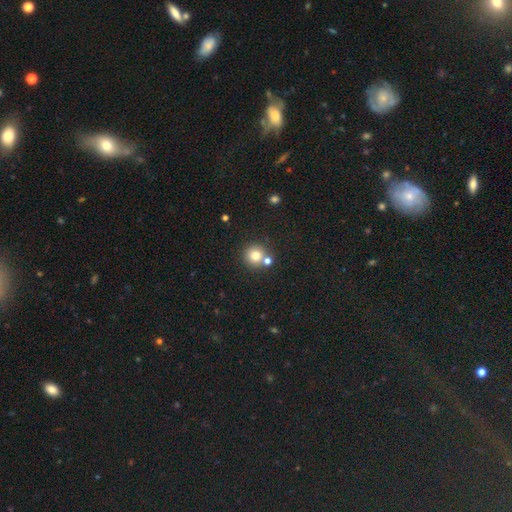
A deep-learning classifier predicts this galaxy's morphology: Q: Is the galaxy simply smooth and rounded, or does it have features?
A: smooth — 77%.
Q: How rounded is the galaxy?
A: round — 93%.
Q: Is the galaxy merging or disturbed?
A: none — 70%.